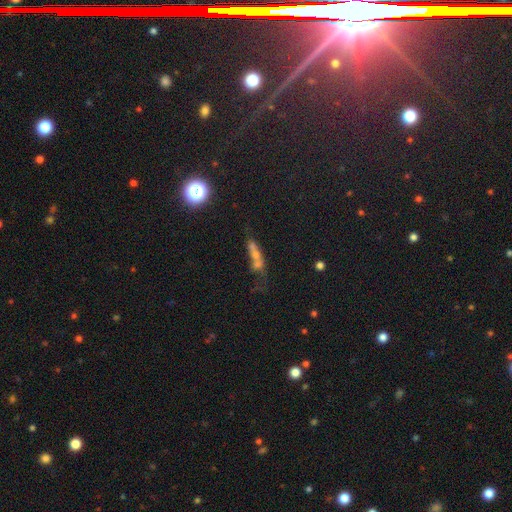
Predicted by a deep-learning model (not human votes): This appears to be a smooth galaxy with no disk features (44%). Merging: merger (49%).